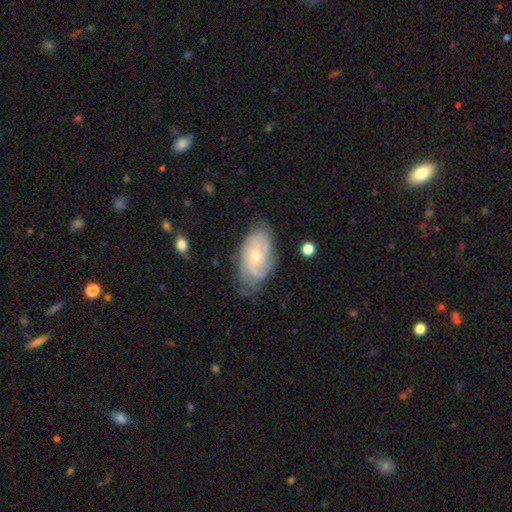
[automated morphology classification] type=featured or disk (74%); edge-on=no (95%); bar=no (78%); spiral arms=yes (91%); winding=tight (55%); arm count=can't tell (38%); bulge=small (61%); merging=none (68%).